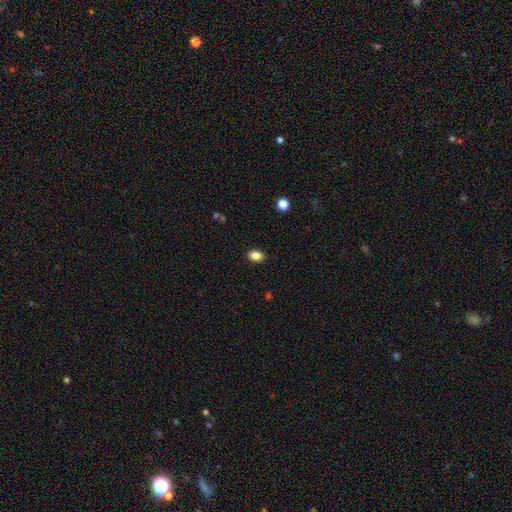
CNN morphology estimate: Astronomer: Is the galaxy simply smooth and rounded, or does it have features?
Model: smooth — 85%.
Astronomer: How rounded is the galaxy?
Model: in between — 67%.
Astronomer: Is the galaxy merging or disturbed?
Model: none — 89%.